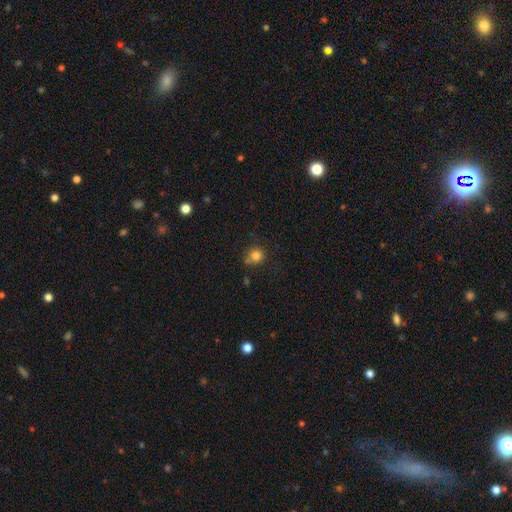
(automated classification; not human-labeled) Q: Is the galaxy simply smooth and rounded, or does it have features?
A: smooth — 81%.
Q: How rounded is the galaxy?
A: round — 91%.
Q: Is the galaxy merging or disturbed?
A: none — 68%.